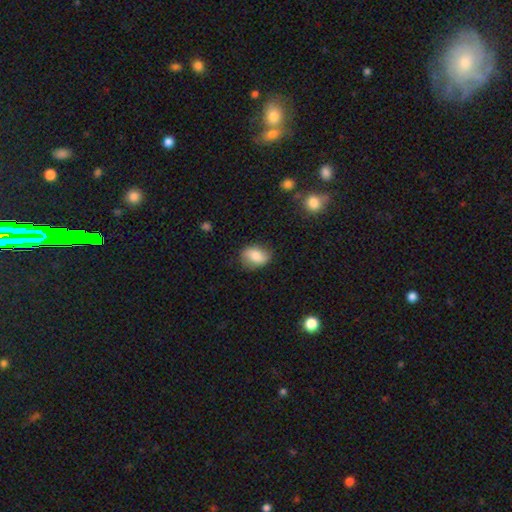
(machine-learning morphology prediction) Smooth or featured? Predicted: smooth (p=0.72). How rounded? Predicted: in between (p=0.68). Merging? Predicted: none (p=0.74).